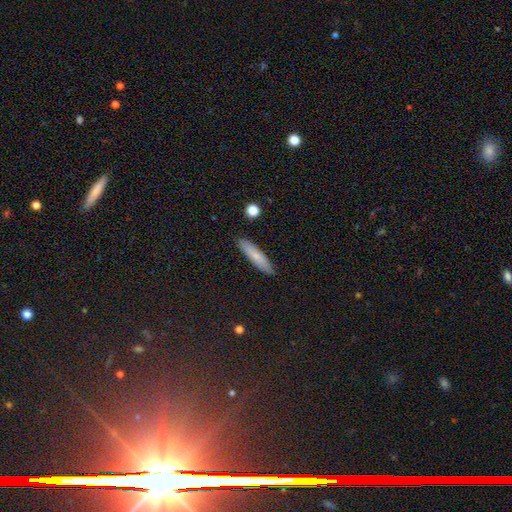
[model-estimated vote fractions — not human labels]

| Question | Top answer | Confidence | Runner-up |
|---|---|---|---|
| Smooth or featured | smooth | 75% | featured or disk (18%) |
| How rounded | cigar-shaped | 77% | in between (21%) |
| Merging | none | 89% | minor disturbance (8%) |